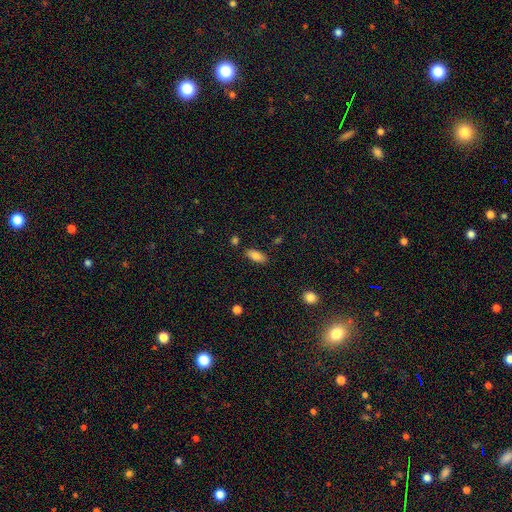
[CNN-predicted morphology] A smooth galaxy with no disk features (82%) that is in between round and cigar-shaped (83%).

Vote fractions:
- Smooth or featured? smooth: 82% / featured or disk: 9% / star or artifact: 8%
- How rounded? in between: 83% / cigar-shaped: 14% / round: 2%
- Merging? none: 83% / minor disturbance: 11% / merger: 3% / major disturbance: 3%